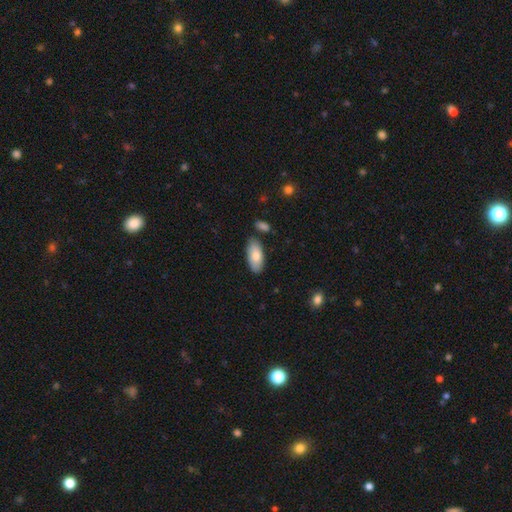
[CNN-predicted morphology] Smooth or featured: smooth — 80% (featured or disk — 15%)
How rounded: in between — 89% (cigar-shaped — 9%)
Merging: none — 79% (minor disturbance — 14%)